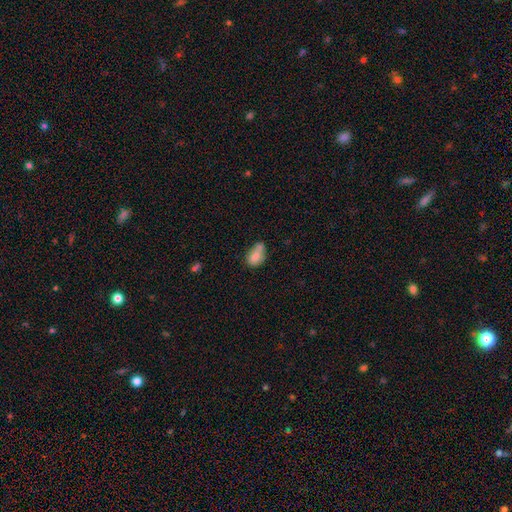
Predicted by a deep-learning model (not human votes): Smooth or featured? Predicted: smooth (p=0.76). How rounded? Predicted: in between (p=0.79). Merging? Predicted: merger (p=0.35).